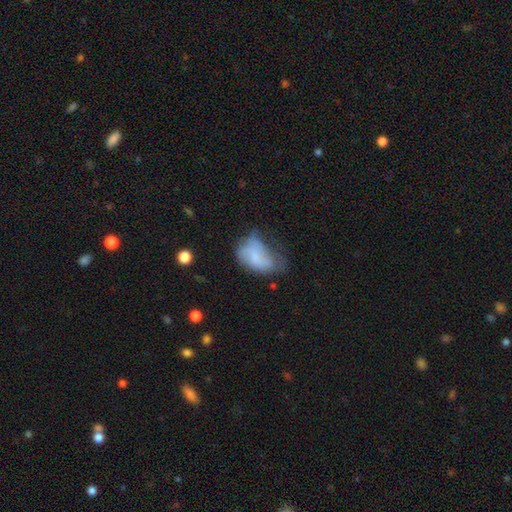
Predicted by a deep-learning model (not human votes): Overall: smooth (62%; featured or disk 29%). How rounded: in between (88%). Merging: minor disturbance (37%; major disturbance 33%).